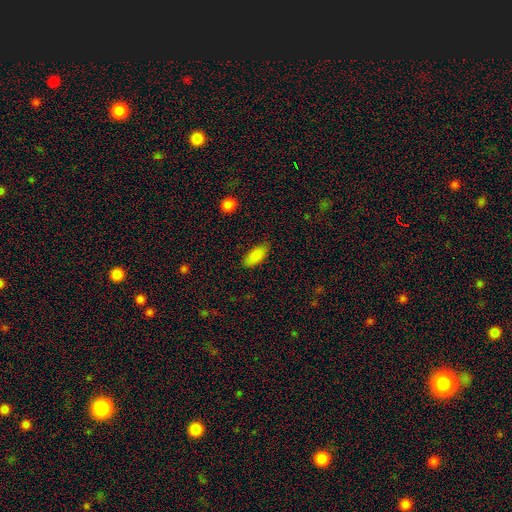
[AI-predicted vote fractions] A smooth galaxy with no disk features (87%) that is in between round and cigar-shaped (87%). Merging: none (83%).